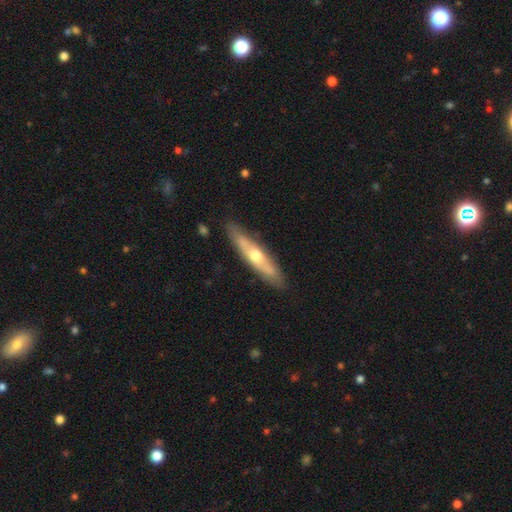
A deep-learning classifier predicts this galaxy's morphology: smooth_or_featured: featured or disk (p=0.59) [alt: smooth p=0.35]
disk_edge_on: yes (p=0.73) [alt: no p=0.27]
merging: none (p=0.84) [alt: minor disturbance p=0.12]